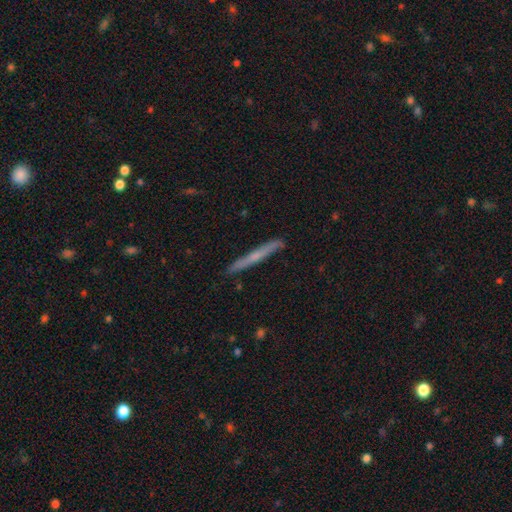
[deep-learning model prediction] Smooth or featured? Predicted: featured or disk (p=0.47). Merging? Predicted: none (p=0.89).